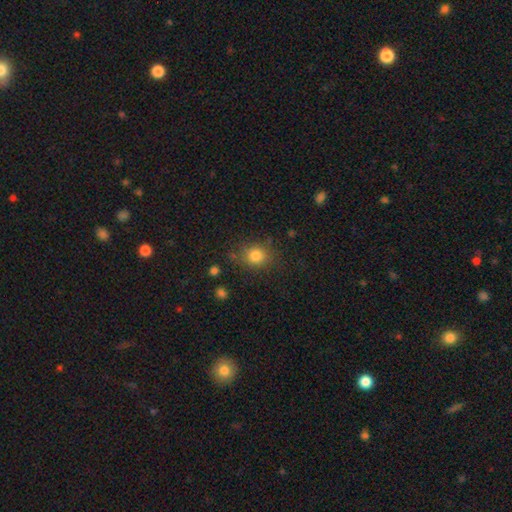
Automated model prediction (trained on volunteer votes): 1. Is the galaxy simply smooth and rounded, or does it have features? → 82% smooth, 12% star or artifact, 7% featured or disk.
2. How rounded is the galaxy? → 74% round, 25% in between, 1% cigar-shaped.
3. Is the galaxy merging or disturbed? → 79% none, 13% minor disturbance, 5% major disturbance, 3% merger.